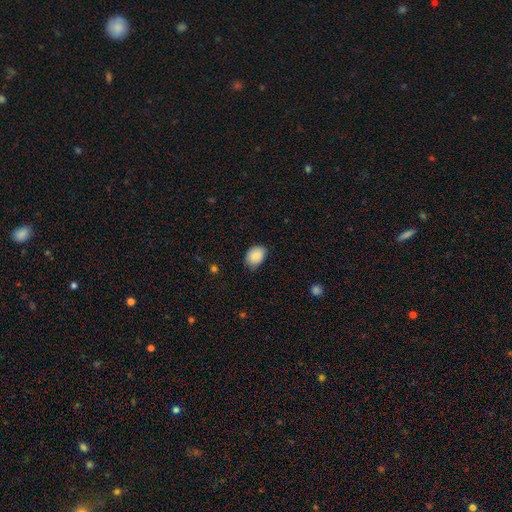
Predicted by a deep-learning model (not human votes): smooth-or-featured: smooth: 88% | star or artifact: 8% | featured or disk: 4%
  how-rounded: in between: 67% | round: 33% | cigar-shaped: 1%
  merging: none: 66% | minor disturbance: 28% | major disturbance: 4% | merger: 1%